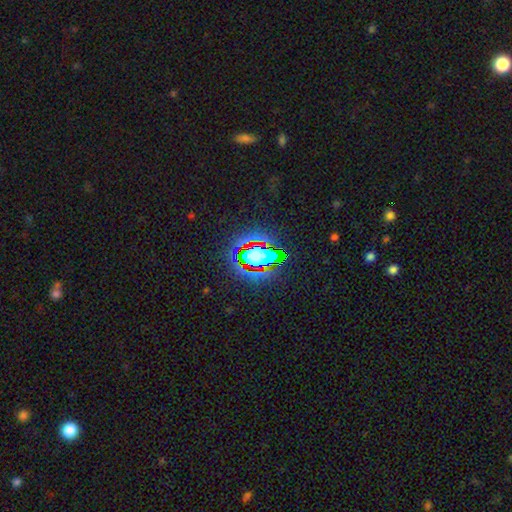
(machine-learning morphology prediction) smooth_or_featured: star or artifact (p=0.58) [alt: smooth p=0.28]